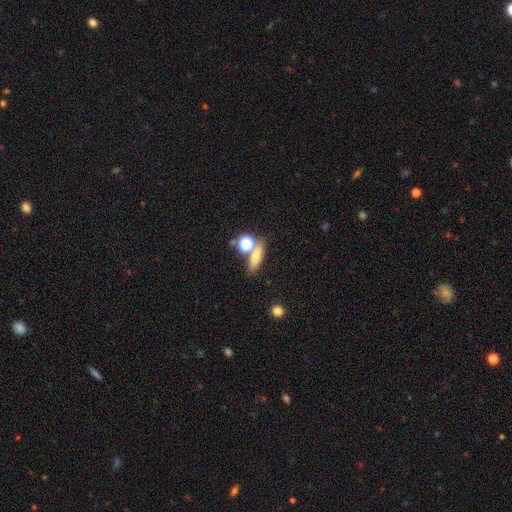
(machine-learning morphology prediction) Smooth or featured? smooth (66%)
How rounded? in between (49%)
Merging? none (60%)